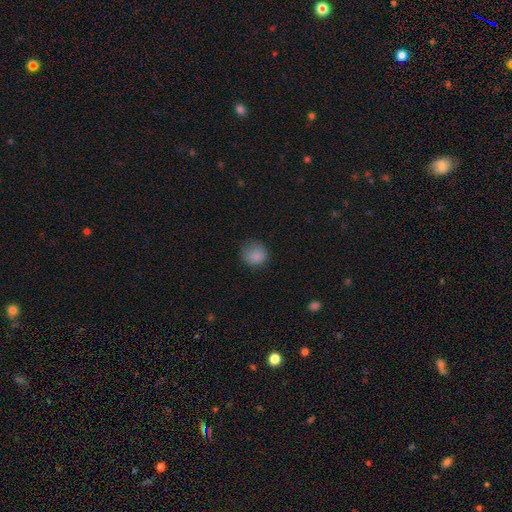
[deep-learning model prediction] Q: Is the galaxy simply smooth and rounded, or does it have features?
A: smooth — 84%.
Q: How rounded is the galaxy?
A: round — 84%.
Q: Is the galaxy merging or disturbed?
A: none — 70%.